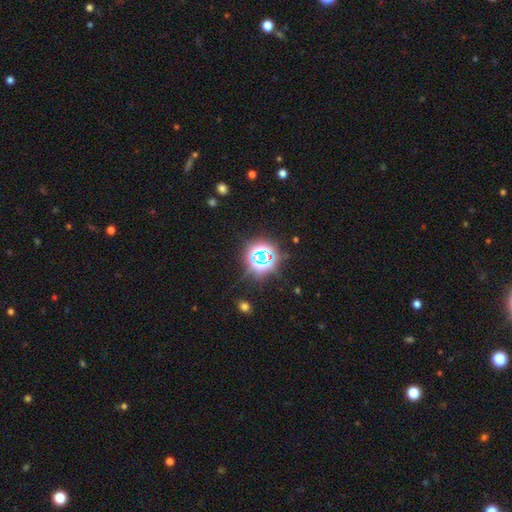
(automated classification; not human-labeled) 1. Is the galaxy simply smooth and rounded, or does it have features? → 75% star or artifact, 16% smooth, 9% featured or disk.